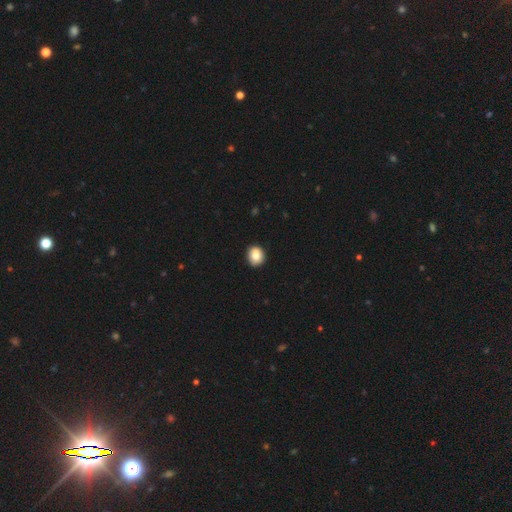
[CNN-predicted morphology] Smooth or featured?
  - smooth: 84% *
  - star or artifact: 8%
  - featured or disk: 7%
How rounded?
  - round: 71% *
  - in between: 28%
  - cigar-shaped: 1%
Merging?
  - none: 90% *
  - minor disturbance: 7%
  - major disturbance: 2%
  - merger: 1%